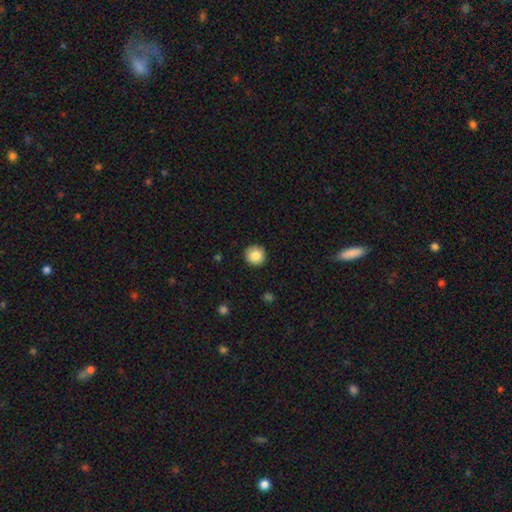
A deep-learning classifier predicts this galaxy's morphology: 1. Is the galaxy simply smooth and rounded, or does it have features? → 85% smooth, 9% star or artifact, 6% featured or disk.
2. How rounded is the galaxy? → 95% round, 5% in between, 1% cigar-shaped.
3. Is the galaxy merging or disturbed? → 92% none, 6% minor disturbance, 2% major disturbance, 1% merger.